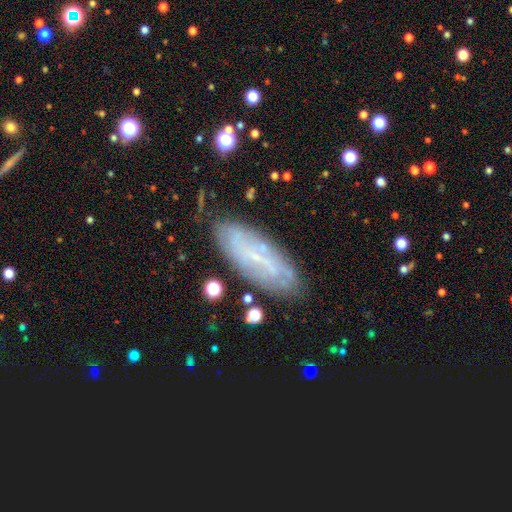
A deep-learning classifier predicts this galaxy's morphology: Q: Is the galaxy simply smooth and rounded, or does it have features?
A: featured or disk — 60%.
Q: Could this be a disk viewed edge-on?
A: no — 81%.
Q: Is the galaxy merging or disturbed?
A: none — 76%.